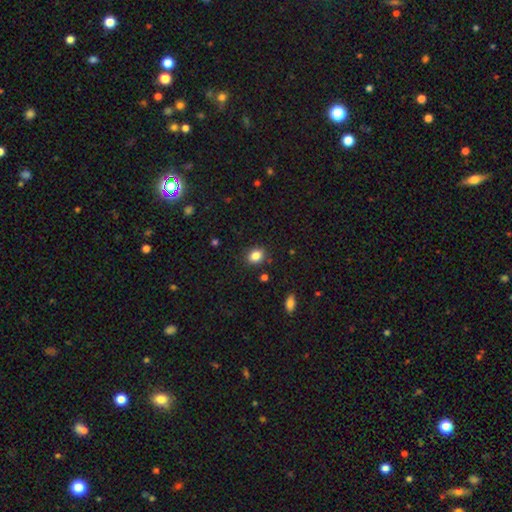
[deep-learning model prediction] Q: Smooth or featured?
A: smooth (84%); runner-up: star or artifact (10%)
Q: How rounded?
A: in between (61%); runner-up: round (38%)
Q: Merging?
A: none (85%); runner-up: minor disturbance (10%)